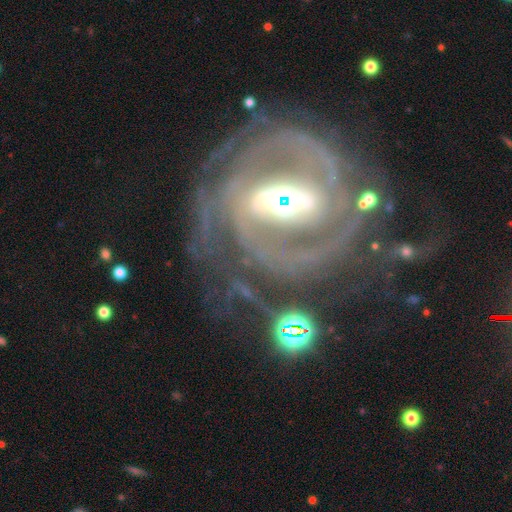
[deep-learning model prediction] smooth-or-featured: featured or disk: 89% | star or artifact: 6% | smooth: 5%
  disk-edge-on: no: 97% | yes: 3%
    bar: strong: 57% | weak: 30% | no: 13%
    has-spiral-arms: yes: 95% | no: 5%
      spiral-winding: tight: 61% | medium: 32% | loose: 7%
      spiral-arm-count: 2: 50% | can't tell: 19% | 3: 14% | 4: 6% | 1: 6% | more than 4: 5%
    bulge-size: moderate: 44% | large: 29% | small: 20% | none: 4% | dominant: 3%
  merging: none: 62% | minor disturbance: 17% | major disturbance: 16% | merger: 4%